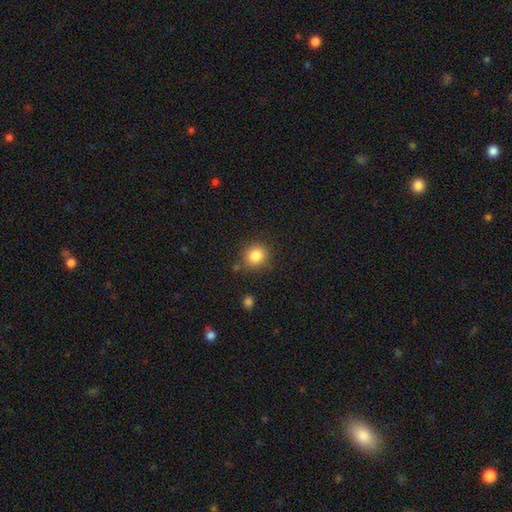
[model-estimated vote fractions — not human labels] Smooth or featured? smooth (85%)
How rounded? round (85%)
Merging? none (81%)